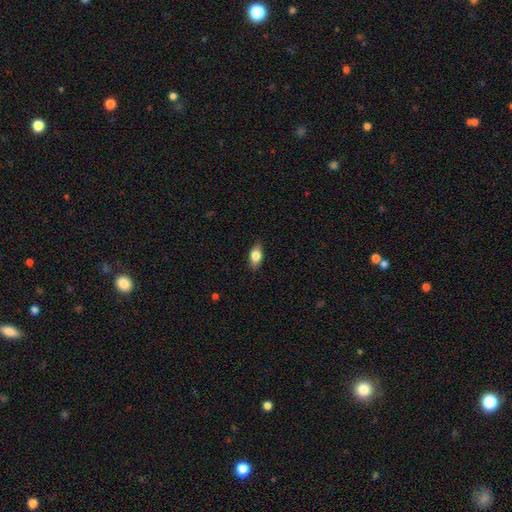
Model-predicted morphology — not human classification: Q: Smooth or featured?
A: smooth (77%); runner-up: featured or disk (16%)
Q: How rounded?
A: in between (84%); runner-up: cigar-shaped (8%)
Q: Merging?
A: none (85%); runner-up: minor disturbance (12%)